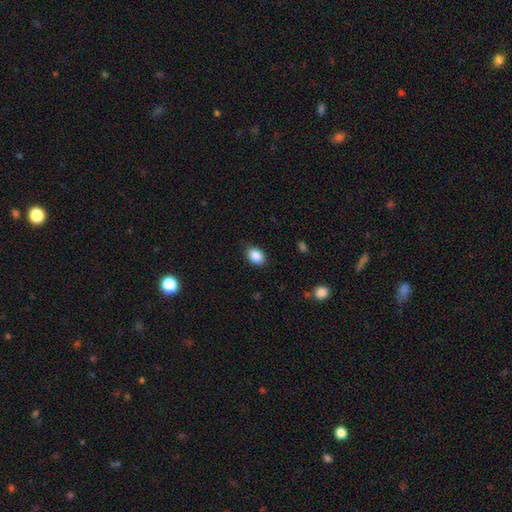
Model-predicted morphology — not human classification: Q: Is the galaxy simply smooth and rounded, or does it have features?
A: smooth — 88%.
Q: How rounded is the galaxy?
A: in between — 81%.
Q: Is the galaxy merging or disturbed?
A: none — 85%.